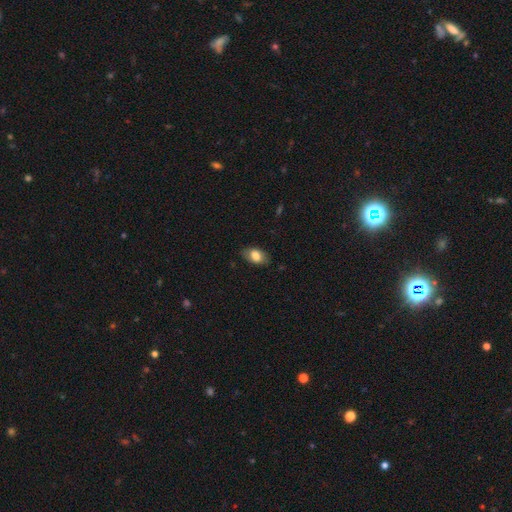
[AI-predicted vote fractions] Q: Smooth or featured?
A: smooth (79%); runner-up: featured or disk (14%)
Q: How rounded?
A: in between (91%); runner-up: round (7%)
Q: Merging?
A: none (80%); runner-up: minor disturbance (15%)